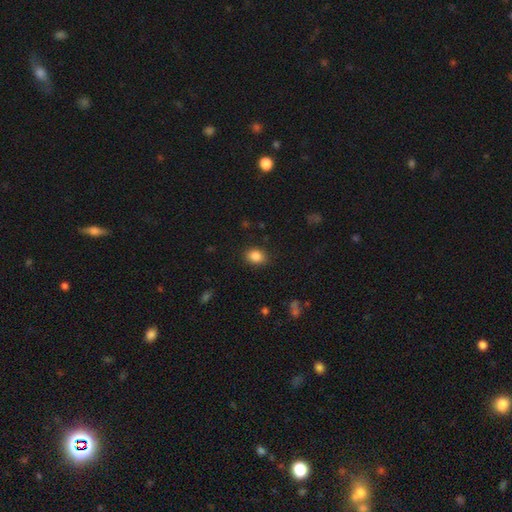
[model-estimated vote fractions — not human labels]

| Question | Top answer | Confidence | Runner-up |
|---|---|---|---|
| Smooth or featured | smooth | 86% | star or artifact (9%) |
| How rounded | in between | 62% | round (37%) |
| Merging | none | 86% | minor disturbance (11%) |